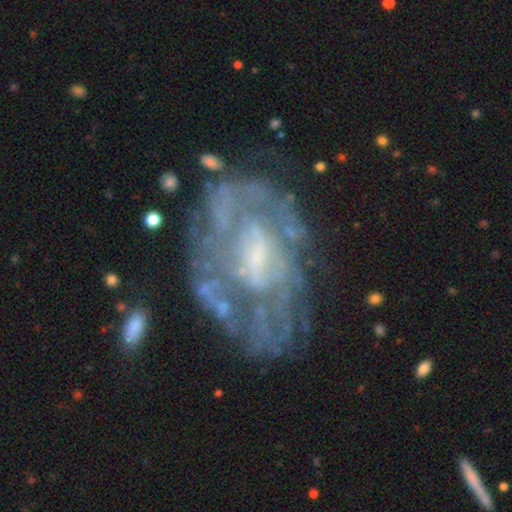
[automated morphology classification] Smooth or featured: featured or disk — 79% (smooth — 12%)
Edge-on disk: no — 96% (yes — 4%)
Bar: no — 45% (weak — 43%)
Spiral arms: yes — 60% (no — 40%)
Bulge size: small — 43% (moderate — 31%)
Merging: none — 58% (minor disturbance — 20%)